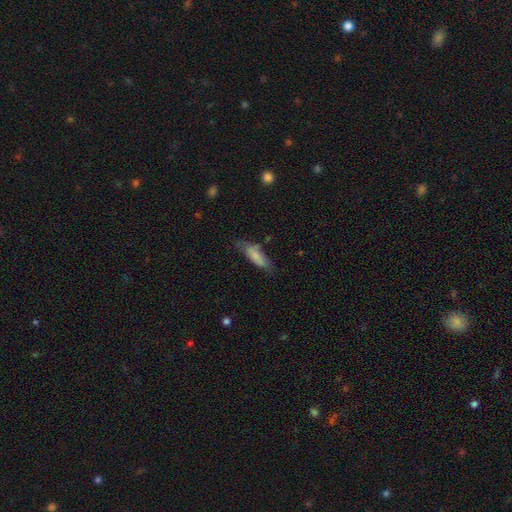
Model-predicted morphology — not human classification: smooth-or-featured: smooth: 78% | featured or disk: 15% | star or artifact: 7%
  how-rounded: cigar-shaped: 51% | in between: 47% | round: 2%
  merging: none: 63% | minor disturbance: 26% | major disturbance: 8% | merger: 3%